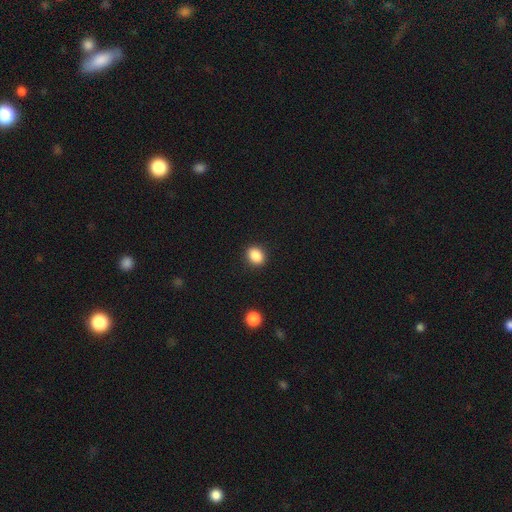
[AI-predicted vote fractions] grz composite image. It shows a smooth galaxy with no disk features (88%) that is round (52%). Merging: none (90%).